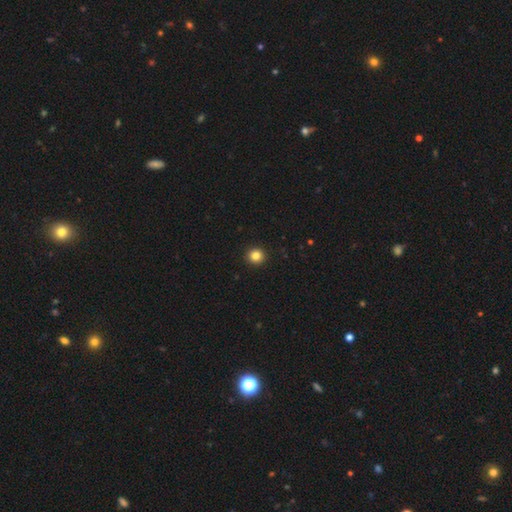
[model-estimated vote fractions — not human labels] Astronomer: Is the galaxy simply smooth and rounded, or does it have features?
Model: smooth — 84%.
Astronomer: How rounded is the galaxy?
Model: round — 93%.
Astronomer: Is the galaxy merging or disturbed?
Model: none — 93%.